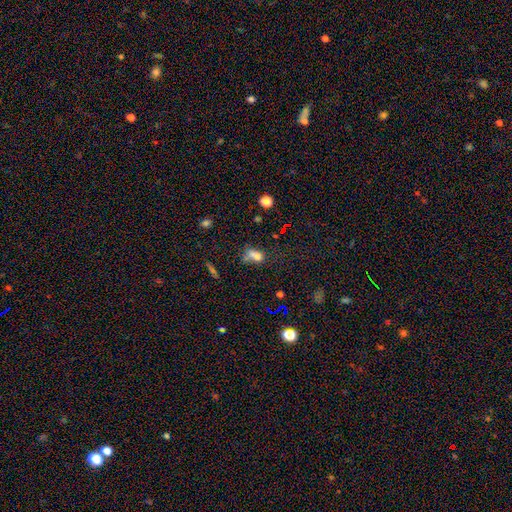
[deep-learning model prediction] The model was most divided on "merging": merger: 42%, none: 31%, minor disturbance: 15%, major disturbance: 12%. More confident: smooth or featured — smooth (64%); how rounded — in between (64%).